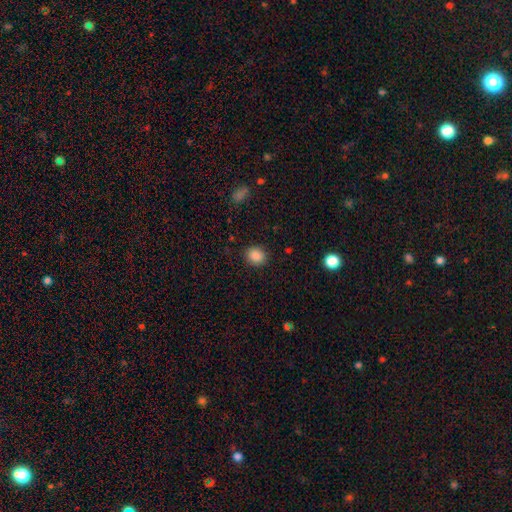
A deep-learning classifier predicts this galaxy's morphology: smooth 87%, star or artifact 10%, featured or disk 3%. Down the decision tree: how rounded — round (64%); merging — none (88%).